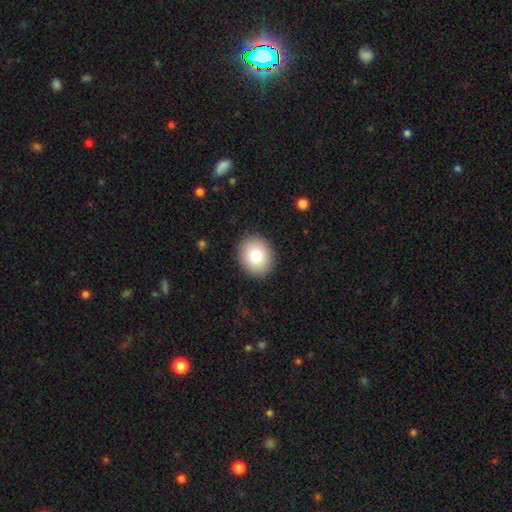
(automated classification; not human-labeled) The model was most divided on "how rounded": round: 63%, in between: 36%, cigar-shaped: 1%. More confident: merging — none (91%); smooth or featured — smooth (81%).